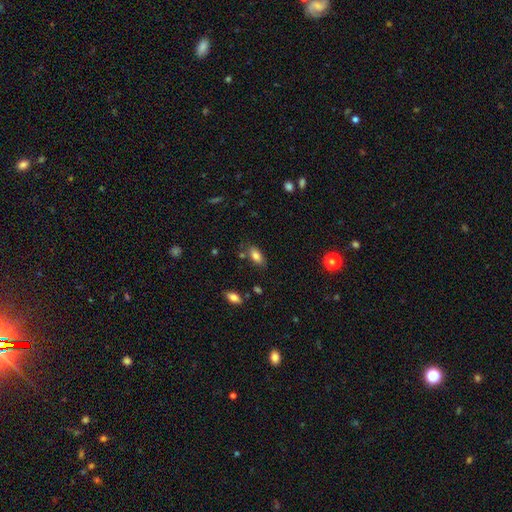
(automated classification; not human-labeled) Q: Smooth or featured?
A: smooth (81%); runner-up: featured or disk (10%)
Q: How rounded?
A: in between (89%); runner-up: cigar-shaped (7%)
Q: Merging?
A: none (72%); runner-up: minor disturbance (18%)